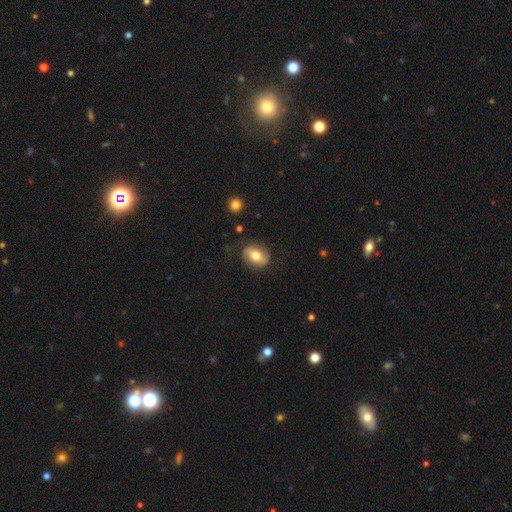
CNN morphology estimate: Overall: smooth (54%; featured or disk 38%). How rounded: in between (62%; round 37%). Merging: none (75%).